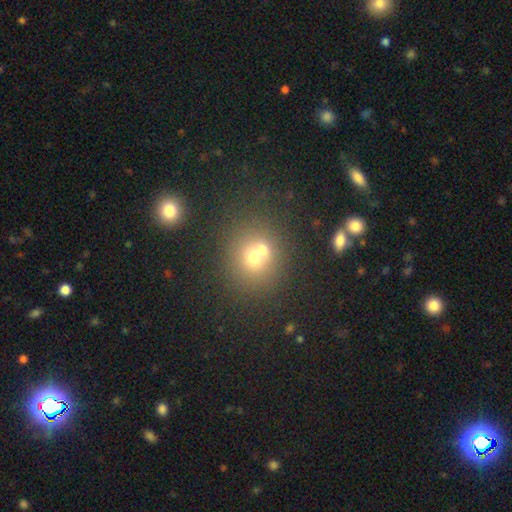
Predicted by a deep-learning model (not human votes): Smooth or featured? smooth (65%)
How rounded? round (84%)
Merging? merger (45%)